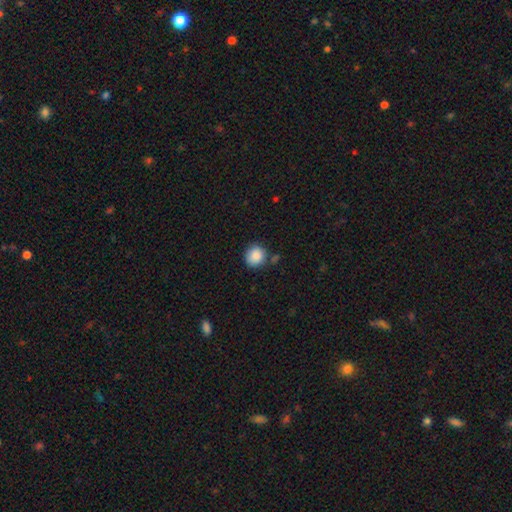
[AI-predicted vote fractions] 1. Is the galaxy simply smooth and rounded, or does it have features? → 88% smooth, 8% star or artifact, 4% featured or disk.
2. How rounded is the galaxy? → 87% round, 12% in between, 1% cigar-shaped.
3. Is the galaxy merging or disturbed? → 75% none, 15% minor disturbance, 7% merger, 4% major disturbance.